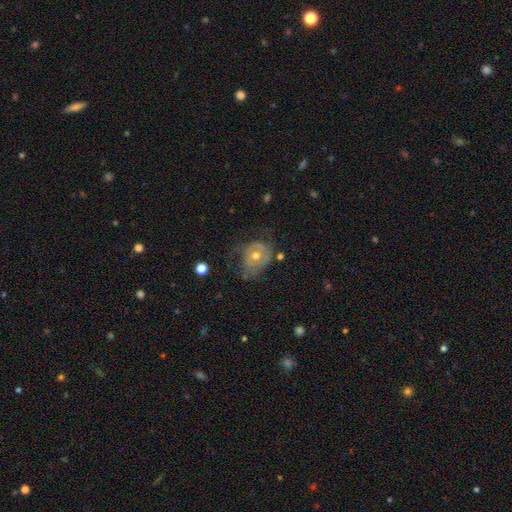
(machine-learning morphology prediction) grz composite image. It shows a featured or disk galaxy (61%) with no bar (82%), spiral arms (62%) and a moderate central bulge (66%). Merging: none (47%).